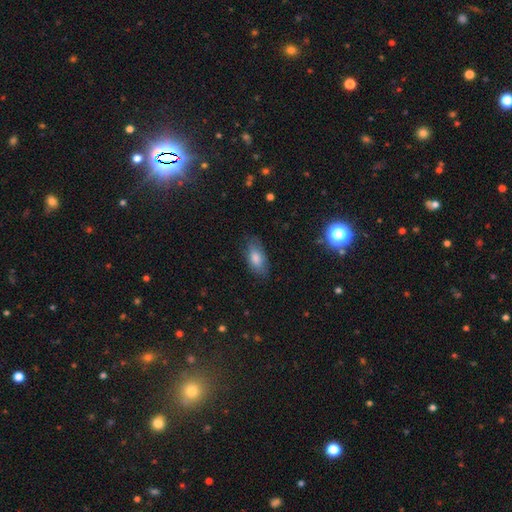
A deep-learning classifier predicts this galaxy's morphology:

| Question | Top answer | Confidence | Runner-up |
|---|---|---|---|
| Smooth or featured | smooth | 63% | featured or disk (20%) |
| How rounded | in between | 85% | cigar-shaped (9%) |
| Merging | none | 80% | minor disturbance (15%) |